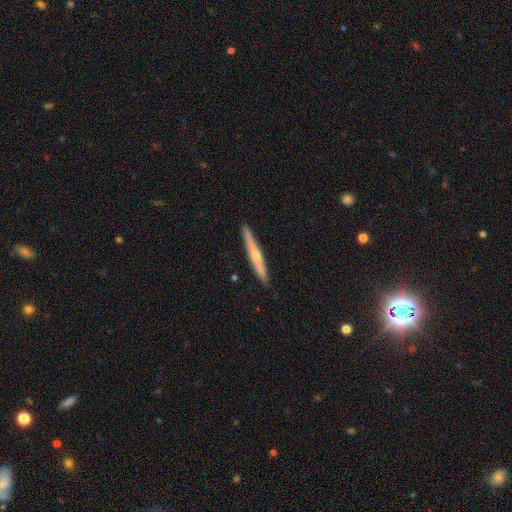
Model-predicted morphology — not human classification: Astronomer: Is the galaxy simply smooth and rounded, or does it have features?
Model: featured or disk — 64%.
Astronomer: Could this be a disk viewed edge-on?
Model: yes — 96%.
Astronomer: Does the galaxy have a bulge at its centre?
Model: rounded — 75%.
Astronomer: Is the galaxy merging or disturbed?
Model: none — 89%.